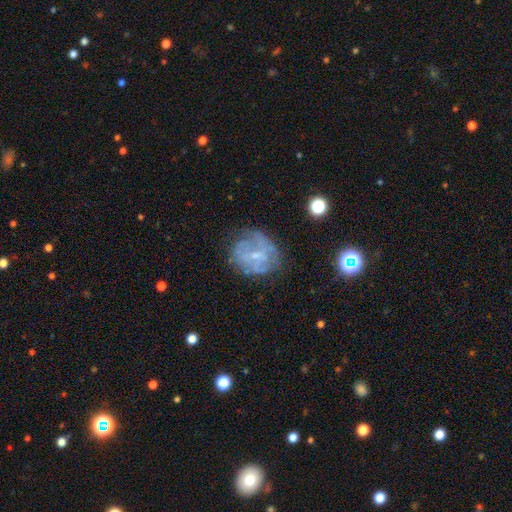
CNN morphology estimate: Q: Smooth or featured?
A: featured or disk (63%); runner-up: smooth (25%)
Q: Edge-on disk?
A: no (97%); runner-up: yes (3%)
Q: Bar?
A: no (57%); runner-up: weak (35%)
Q: Spiral arms?
A: yes (52%); runner-up: no (48%)
Q: Bulge size?
A: small (69%); runner-up: moderate (16%)
Q: Merging?
A: none (56%); runner-up: minor disturbance (23%)